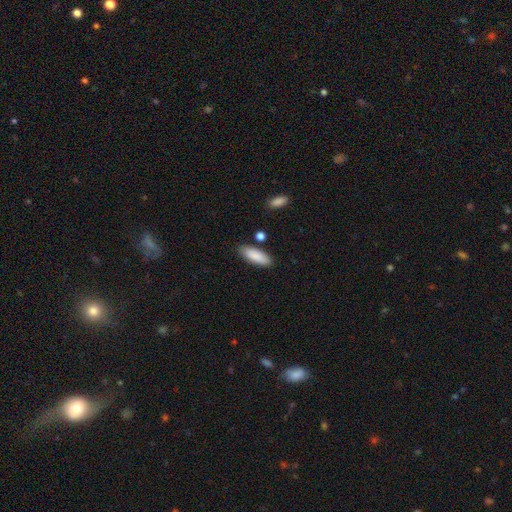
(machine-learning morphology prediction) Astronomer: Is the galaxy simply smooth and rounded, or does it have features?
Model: smooth — 88%.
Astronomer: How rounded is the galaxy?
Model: in between — 70%.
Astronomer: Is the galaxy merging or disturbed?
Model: none — 82%.